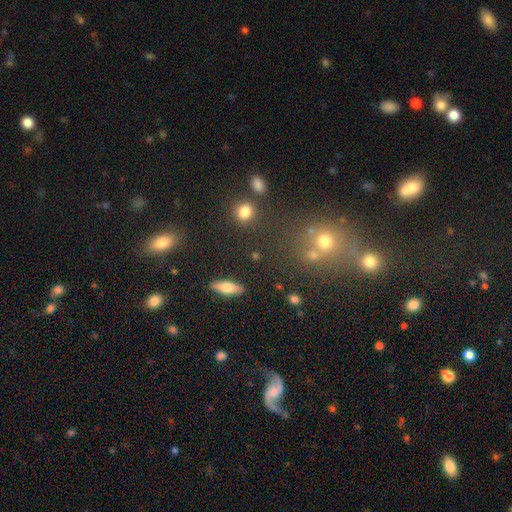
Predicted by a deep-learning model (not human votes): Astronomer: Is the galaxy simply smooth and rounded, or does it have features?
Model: smooth — 61%.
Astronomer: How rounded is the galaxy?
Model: round — 50% (runner-up: in between, 37%).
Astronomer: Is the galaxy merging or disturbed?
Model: none — 78%.